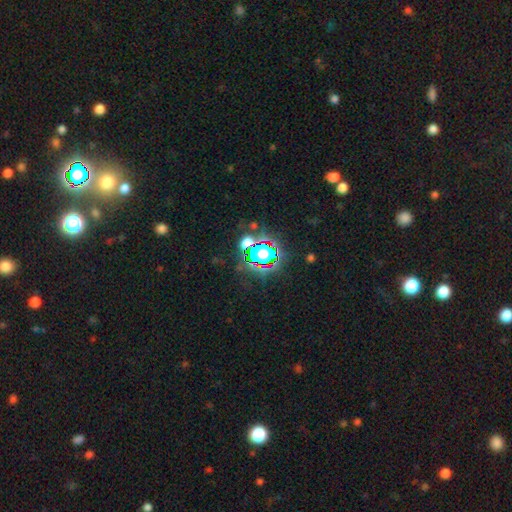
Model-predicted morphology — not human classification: A star or artifact, not a galaxy (79%).